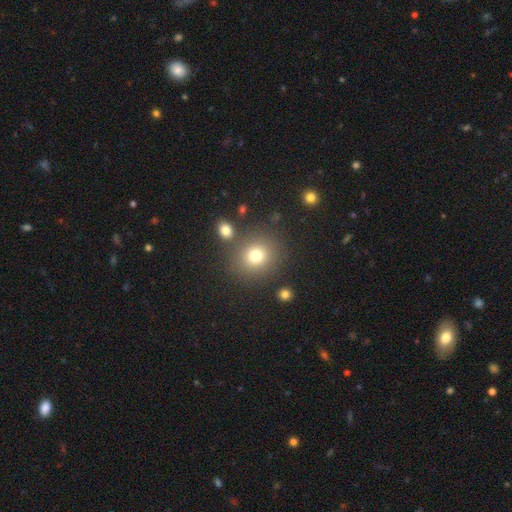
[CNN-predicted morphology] type=smooth (76%); roundness=round (81%); merging=none (79%).